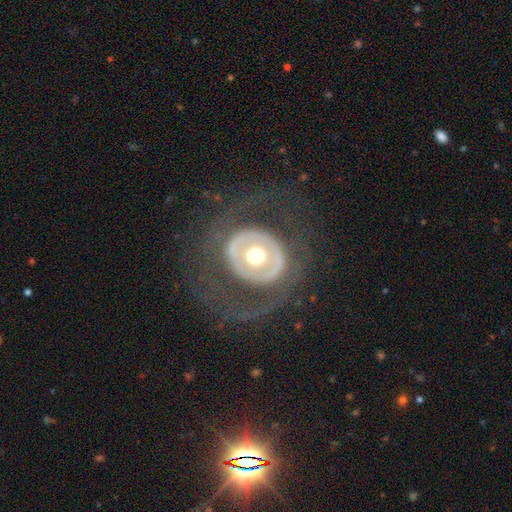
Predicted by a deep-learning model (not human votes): smooth_or_featured: featured or disk (p=0.70) [alt: smooth p=0.24]
disk_edge_on: no (p=0.95) [alt: yes p=0.05]
bar: no (p=0.78) [alt: weak p=0.14]
has_spiral_arms: no (p=0.73) [alt: yes p=0.27]
bulge_size: moderate (p=0.67) [alt: large p=0.24]
merging: none (p=0.68) [alt: major disturbance p=0.19]